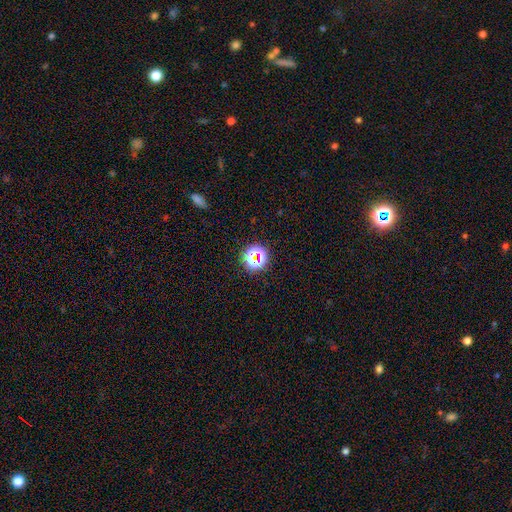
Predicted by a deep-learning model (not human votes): smooth_or_featured: star or artifact (p=0.55) [alt: smooth p=0.34]